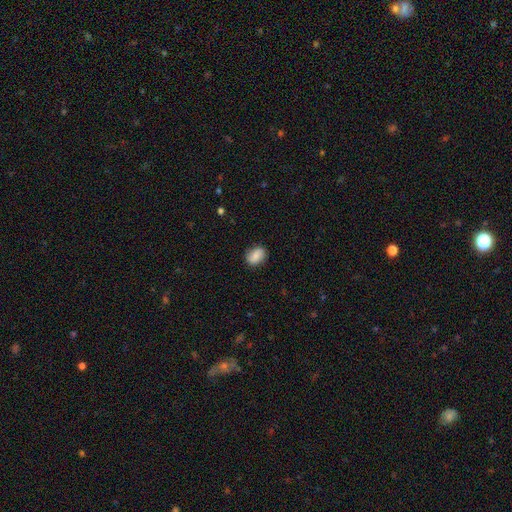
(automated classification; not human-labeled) Q: Smooth or featured?
A: smooth (78%); runner-up: featured or disk (14%)
Q: How rounded?
A: in between (70%); runner-up: round (28%)
Q: Merging?
A: none (82%); runner-up: minor disturbance (14%)